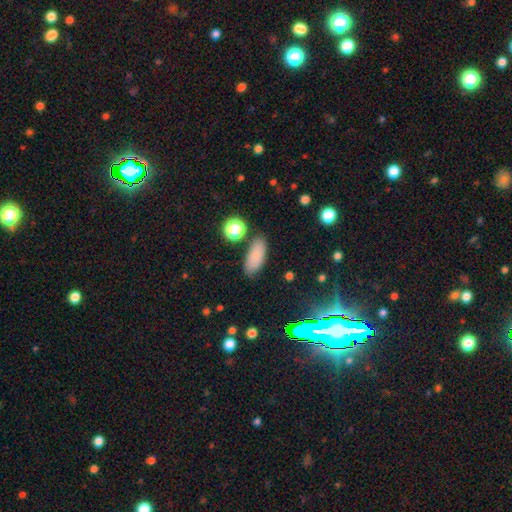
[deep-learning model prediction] A smooth galaxy with no disk features (80%) that is in between round and cigar-shaped (82%). Merging: none (80%).